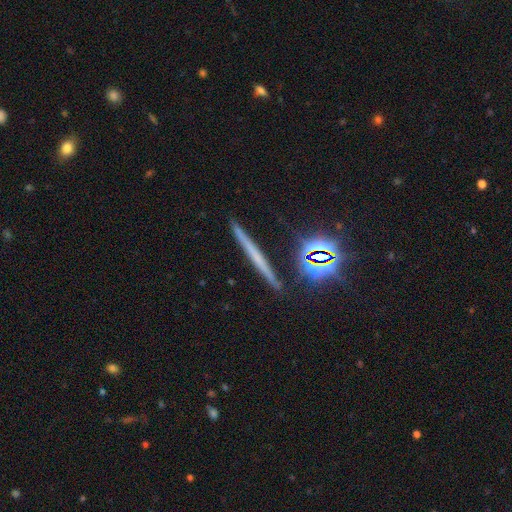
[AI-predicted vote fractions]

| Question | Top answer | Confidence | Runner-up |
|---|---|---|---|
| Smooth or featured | featured or disk | 42% | smooth (36%) |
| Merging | none | 90% | minor disturbance (7%) |